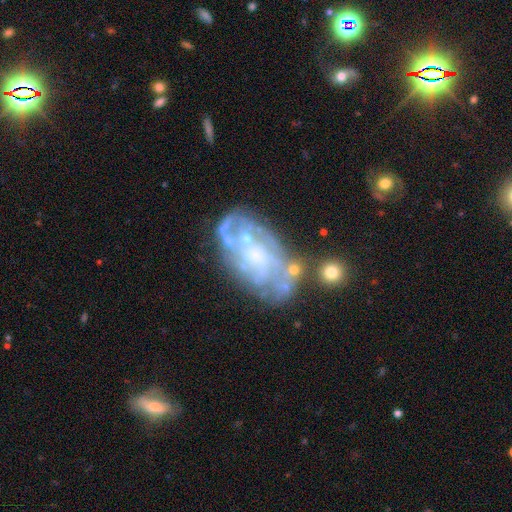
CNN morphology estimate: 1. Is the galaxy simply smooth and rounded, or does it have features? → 78% featured or disk, 14% smooth, 8% star or artifact.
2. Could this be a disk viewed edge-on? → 96% no, 4% yes.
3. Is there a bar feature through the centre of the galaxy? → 72% no, 23% weak, 5% strong.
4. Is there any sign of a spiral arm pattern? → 70% yes, 30% no.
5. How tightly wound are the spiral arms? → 54% tight, 32% medium, 14% loose.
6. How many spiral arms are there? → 54% can't tell, 15% 2, 12% 3, 8% 4, 5% more than 4, 5% 1.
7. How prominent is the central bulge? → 38% small, 35% moderate, 19% none, 6% large, 2% dominant.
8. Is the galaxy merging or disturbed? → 55% none, 21% minor disturbance, 14% major disturbance, 11% merger.